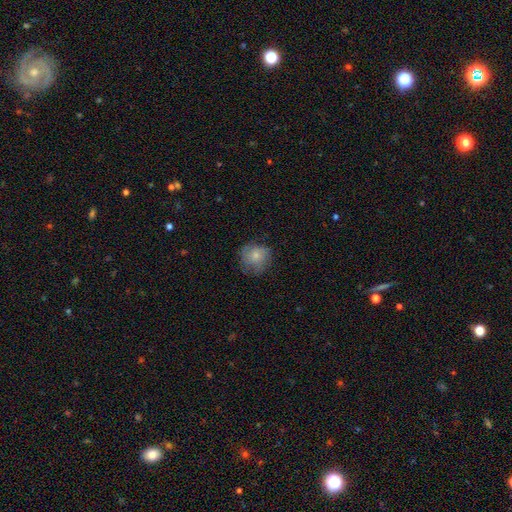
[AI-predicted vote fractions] Smooth or featured? Predicted: smooth (p=0.75). How rounded? Predicted: round (p=0.86). Merging? Predicted: none (p=0.69).